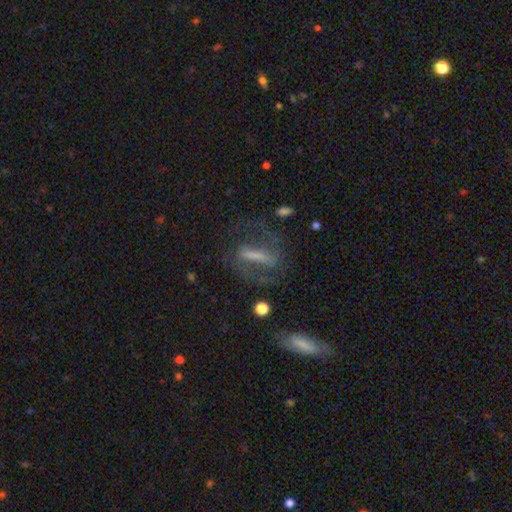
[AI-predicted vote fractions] This is likely a featured or disk galaxy (62%). It is clearly not viewed edge-on (82%). Bar: likely strong (70%). Spiral arm pattern: likely yes (69%). Central bulge: marginally none (40%). Merging: likely none (62%).